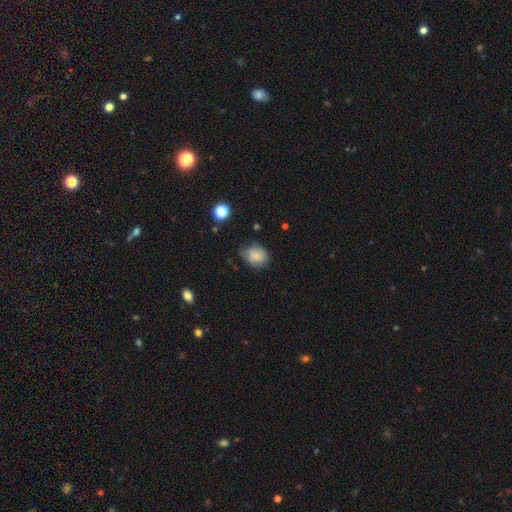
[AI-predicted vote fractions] This is likely a smooth galaxy (73%). How rounded: possibly round (59%). Merging: possibly none (59%).